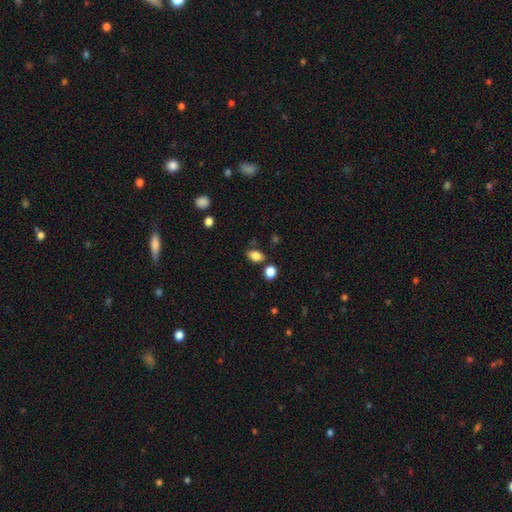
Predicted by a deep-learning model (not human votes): A smooth galaxy with no disk features (83%) that is in between round and cigar-shaped (83%). Merging: none (74%).